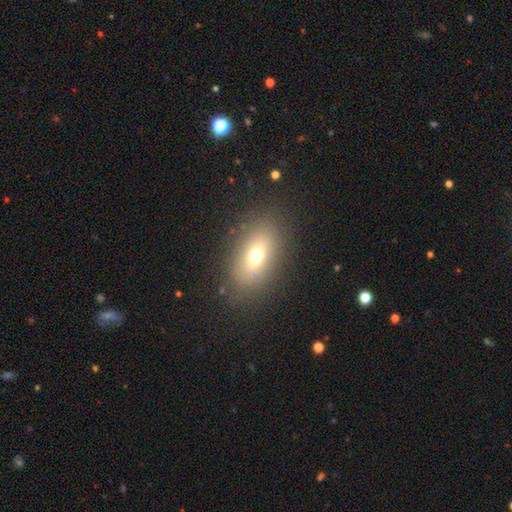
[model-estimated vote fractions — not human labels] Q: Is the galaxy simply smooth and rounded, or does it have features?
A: smooth — 67%.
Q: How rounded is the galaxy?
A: in between — 81%.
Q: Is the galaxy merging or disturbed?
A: none — 83%.